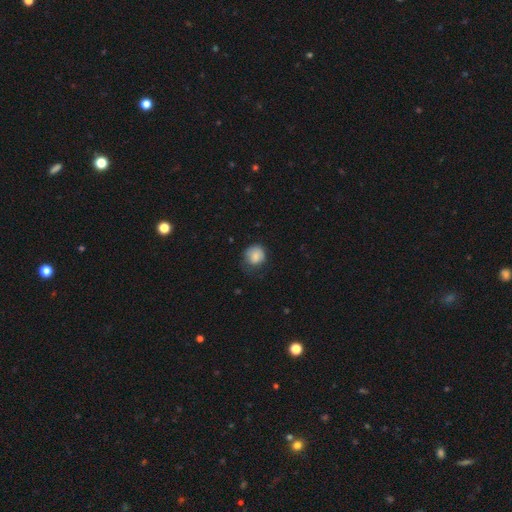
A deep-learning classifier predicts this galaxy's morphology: smooth 82%, star or artifact 9%, featured or disk 9%. Down the decision tree: how rounded — round (77%); merging — none (60%).